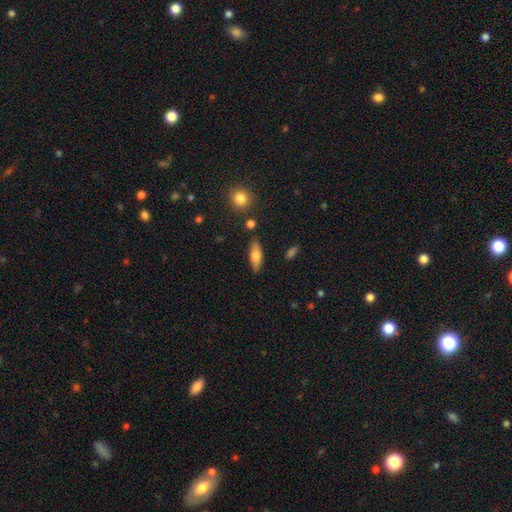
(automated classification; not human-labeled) Overall: smooth (73%). How rounded: in between (67%; cigar-shaped 30%). Merging: none (83%).